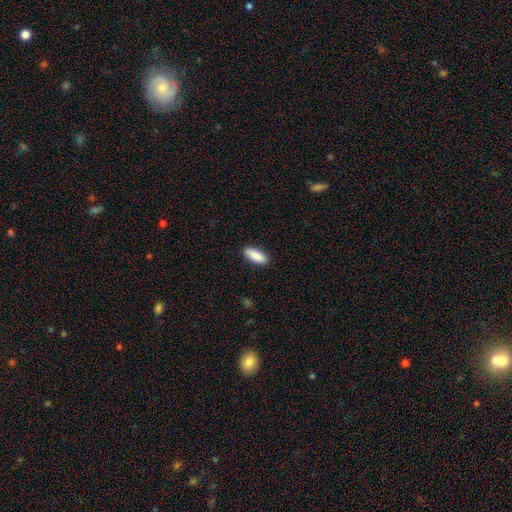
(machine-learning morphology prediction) smooth 90%, star or artifact 6%, featured or disk 4%. Down the decision tree: how rounded — in between (78%); merging — none (90%).